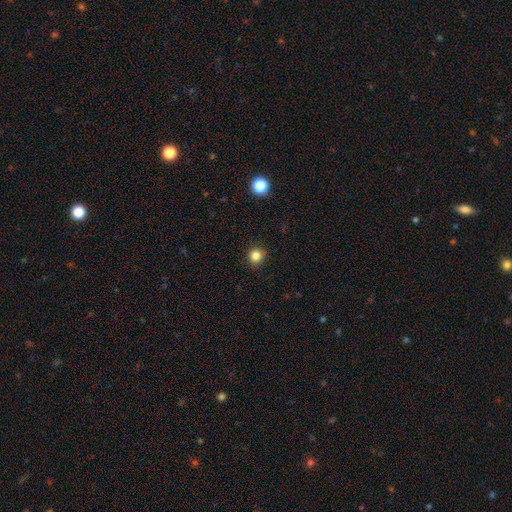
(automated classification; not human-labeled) smooth_or_featured: smooth (p=0.83) [alt: star or artifact p=0.12]
how_rounded: round (p=0.88) [alt: in between p=0.11]
merging: none (p=0.90) [alt: minor disturbance p=0.07]